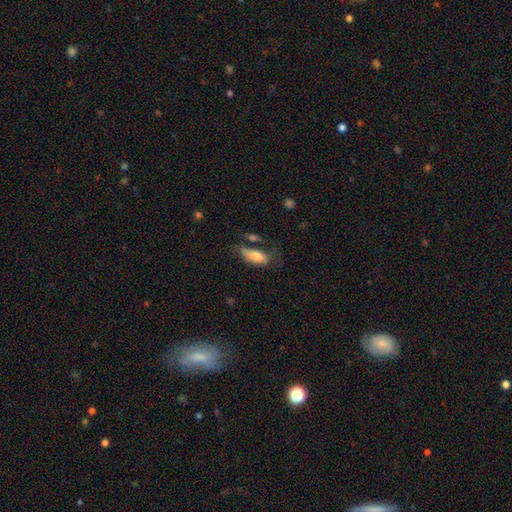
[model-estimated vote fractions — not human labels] This is likely a smooth galaxy (76%). How rounded: likely in between (73%). Merging: marginally none (44%).